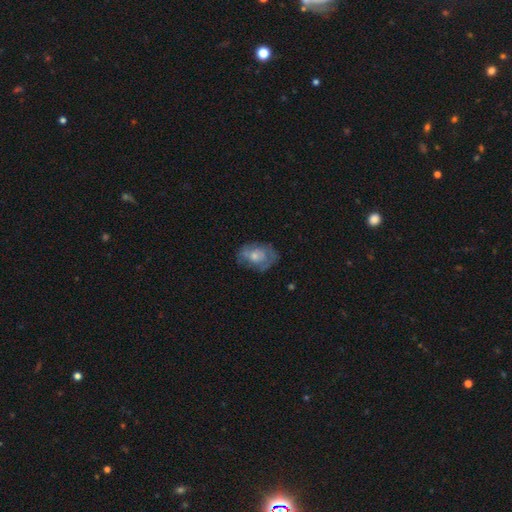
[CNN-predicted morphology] smooth_or_featured: featured or disk (p=0.50) [alt: smooth p=0.42]
disk_edge_on: no (p=0.96) [alt: yes p=0.04]
merging: none (p=0.58) [alt: minor disturbance p=0.25]